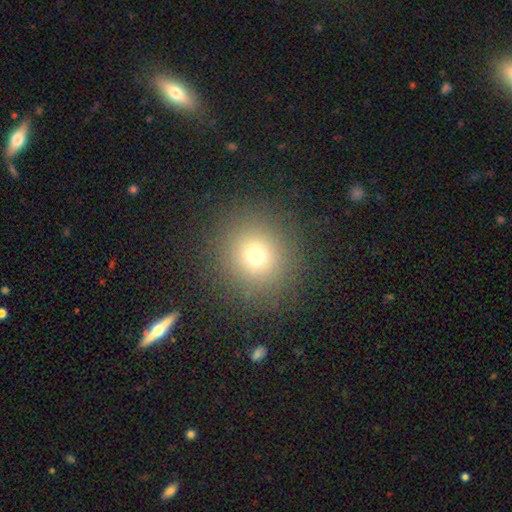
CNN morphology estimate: smooth-or-featured: smooth: 71% | star or artifact: 18% | featured or disk: 11%
  how-rounded: round: 90% | in between: 9% | cigar-shaped: 1%
  merging: none: 88% | minor disturbance: 7% | major disturbance: 4% | merger: 1%